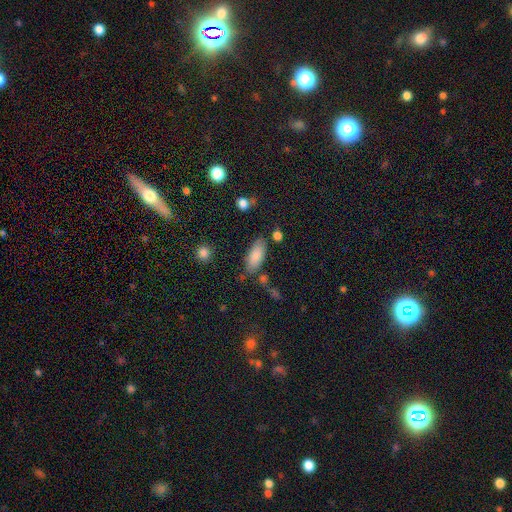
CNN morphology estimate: smooth-or-featured: smooth: 83% | featured or disk: 10% | star or artifact: 8%
  how-rounded: in between: 85% | cigar-shaped: 13% | round: 2%
  merging: none: 74% | minor disturbance: 15% | merger: 6% | major disturbance: 4%